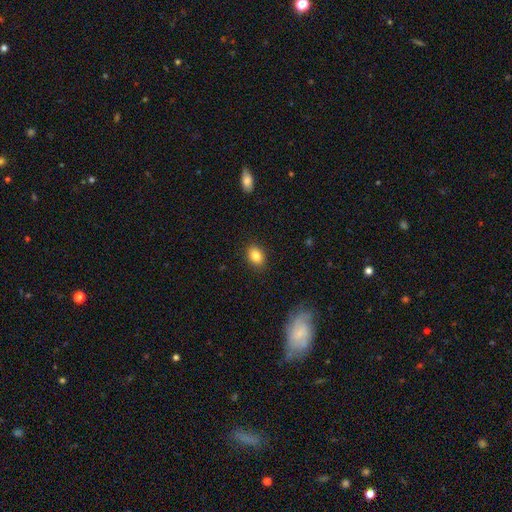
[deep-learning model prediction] Overall: smooth (84%). How rounded: in between (73%). Merging: none (88%).